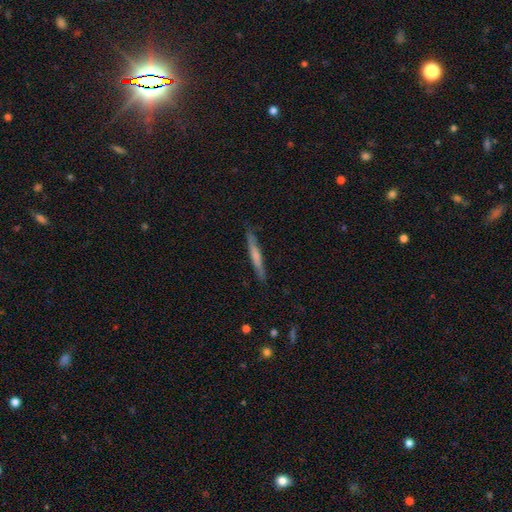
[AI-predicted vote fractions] A smooth galaxy with no disk features (56%) that is cigar-shaped (95%).

Vote fractions:
- Smooth or featured? smooth: 56% / featured or disk: 38% / star or artifact: 6%
- How rounded? cigar-shaped: 95% / in between: 3% / round: 1%
- Merging? none: 86% / minor disturbance: 10% / major disturbance: 2% / merger: 1%